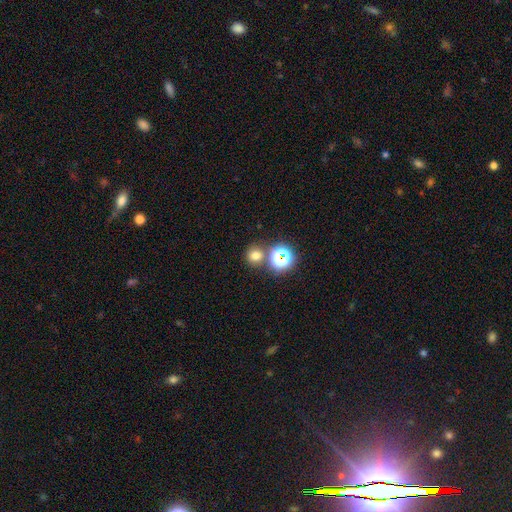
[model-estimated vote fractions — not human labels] Morphology: type=smooth (70%); roundness=round (87%); merging=none (73%).